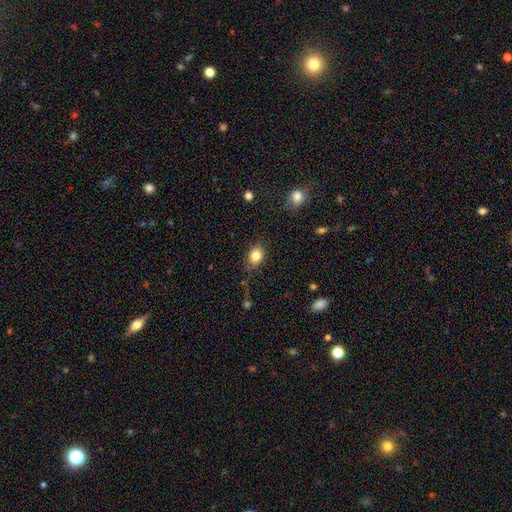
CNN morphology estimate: Smooth or featured: smooth — 83% (star or artifact — 10%)
How rounded: in between — 63% (round — 36%)
Merging: none — 79% (minor disturbance — 15%)